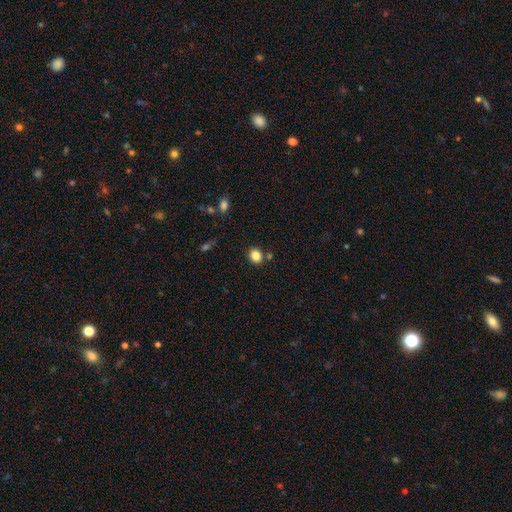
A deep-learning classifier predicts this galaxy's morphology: A smooth galaxy with no disk features (84%) that is round (73%). Merging: none (81%).